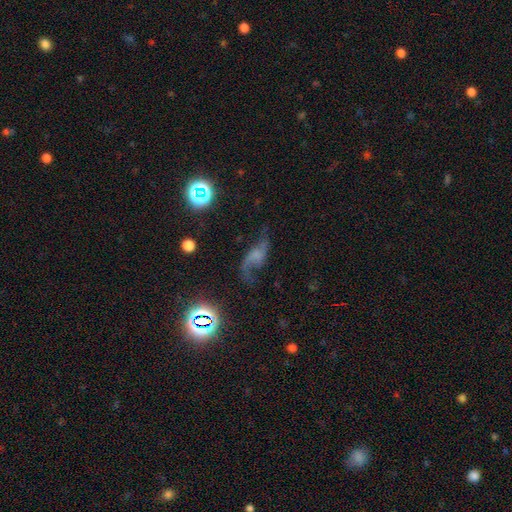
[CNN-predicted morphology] This is likely a featured or disk galaxy (67%). It is clearly not viewed edge-on (93%). Bar: possibly no (57%). Spiral arm pattern: clearly yes (89%). Spiral arm count: clearly 2 (83%). Spiral winding: clearly loose (86%). Central bulge: possibly none (53%). Merging: possibly none (53%).